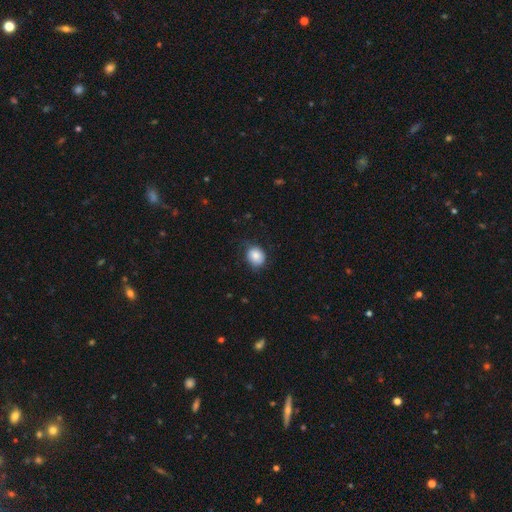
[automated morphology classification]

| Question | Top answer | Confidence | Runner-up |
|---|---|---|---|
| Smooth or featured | smooth | 84% | star or artifact (8%) |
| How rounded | round | 60% | in between (40%) |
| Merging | none | 67% | minor disturbance (25%) |